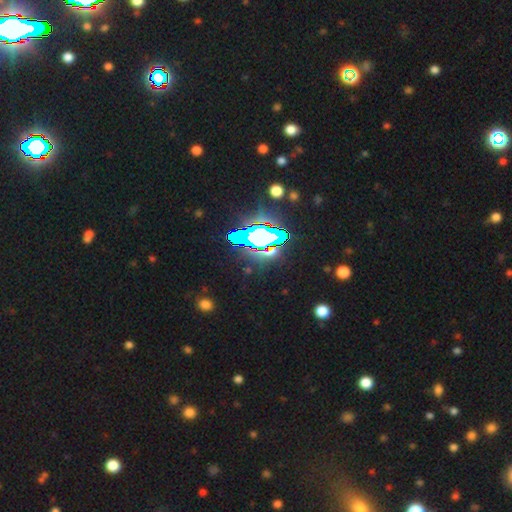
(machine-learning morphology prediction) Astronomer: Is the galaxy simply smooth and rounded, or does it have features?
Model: star or artifact — 83%.